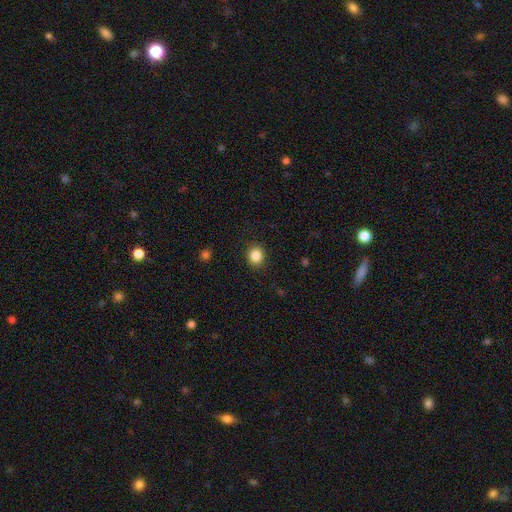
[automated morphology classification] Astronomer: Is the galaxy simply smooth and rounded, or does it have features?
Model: smooth — 86%.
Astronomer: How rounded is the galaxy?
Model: round — 81%.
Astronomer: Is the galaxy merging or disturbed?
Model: none — 89%.